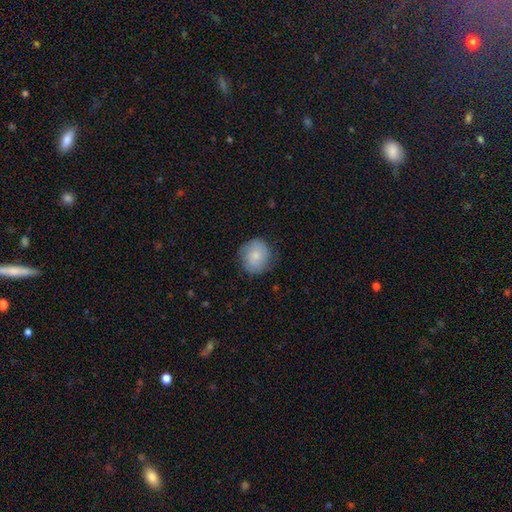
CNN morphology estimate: Smooth or featured?
  - smooth: 76% *
  - featured or disk: 18%
  - star or artifact: 6%
How rounded?
  - round: 86% *
  - in between: 13%
  - cigar-shaped: 1%
Merging?
  - none: 77% *
  - minor disturbance: 18%
  - major disturbance: 4%
  - merger: 1%